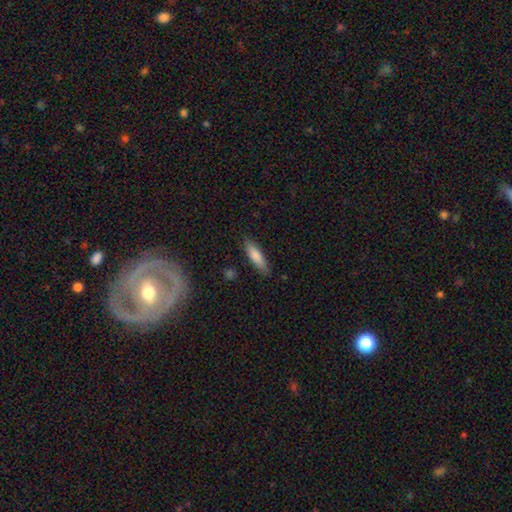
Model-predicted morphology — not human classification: Smooth or featured? smooth (81%)
How rounded? cigar-shaped (67%)
Merging? none (86%)